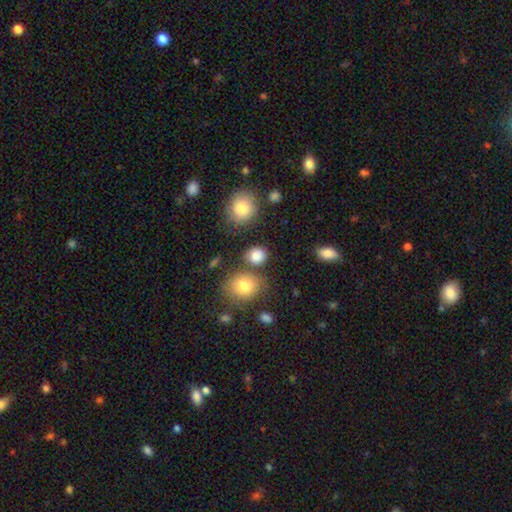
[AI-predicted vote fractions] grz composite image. It shows a smooth galaxy with no disk features (83%) that is round (69%). Merging: none (72%).